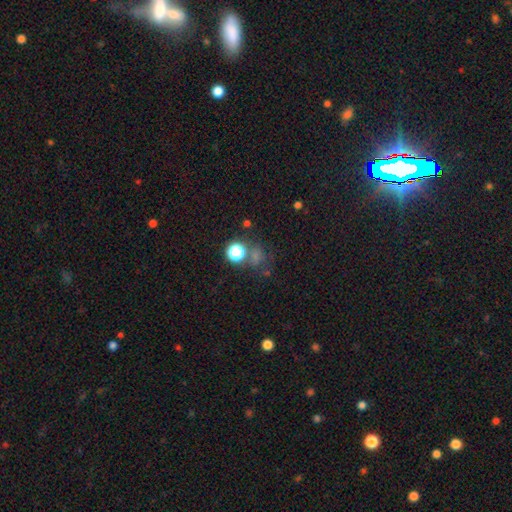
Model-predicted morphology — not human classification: The model was most divided on "smooth or featured": star or artifact: 48%, smooth: 42%, featured or disk: 10%.